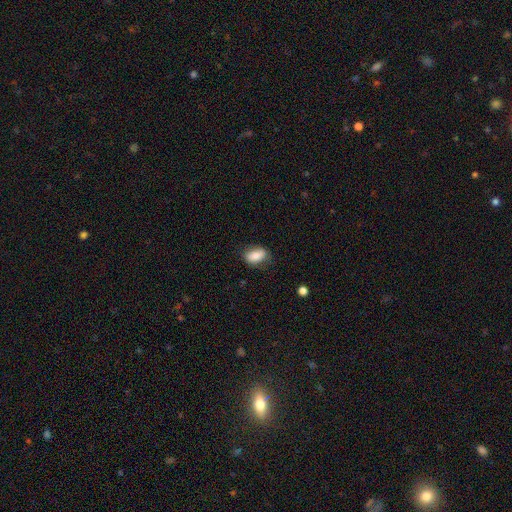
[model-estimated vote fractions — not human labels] Smooth or featured?
  - smooth: 81% *
  - featured or disk: 12%
  - star or artifact: 7%
How rounded?
  - in between: 88% *
  - round: 9%
  - cigar-shaped: 3%
Merging?
  - none: 74% *
  - minor disturbance: 20%
  - major disturbance: 5%
  - merger: 1%